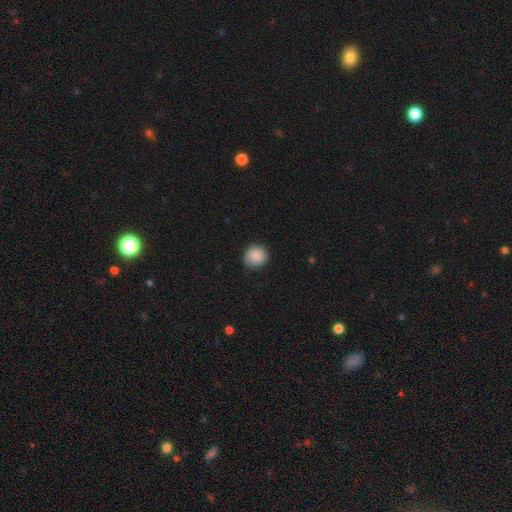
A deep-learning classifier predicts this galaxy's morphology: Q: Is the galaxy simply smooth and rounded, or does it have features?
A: smooth — 88%.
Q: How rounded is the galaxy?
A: round — 90%.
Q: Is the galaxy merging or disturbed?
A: none — 81%.